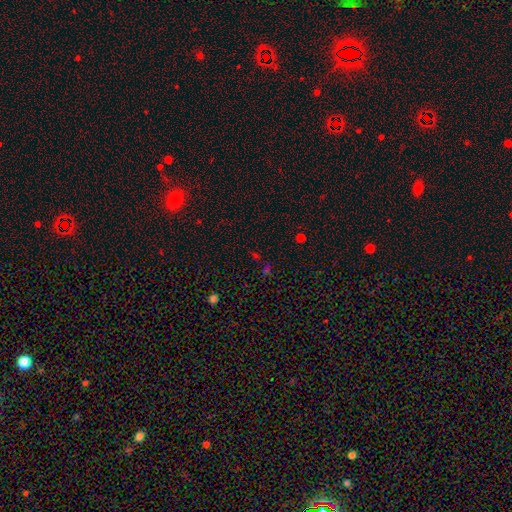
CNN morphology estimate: The model was most divided on "smooth or featured": star or artifact: 56%, smooth: 36%, featured or disk: 8%.